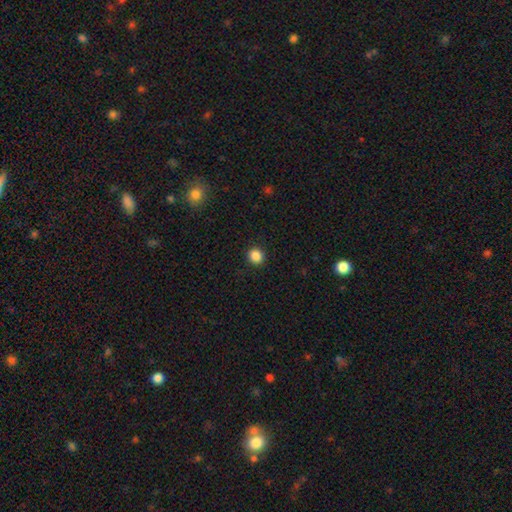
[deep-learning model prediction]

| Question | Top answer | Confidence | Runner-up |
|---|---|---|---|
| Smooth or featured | smooth | 86% | star or artifact (10%) |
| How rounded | round | 84% | in between (15%) |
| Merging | none | 92% | minor disturbance (5%) |